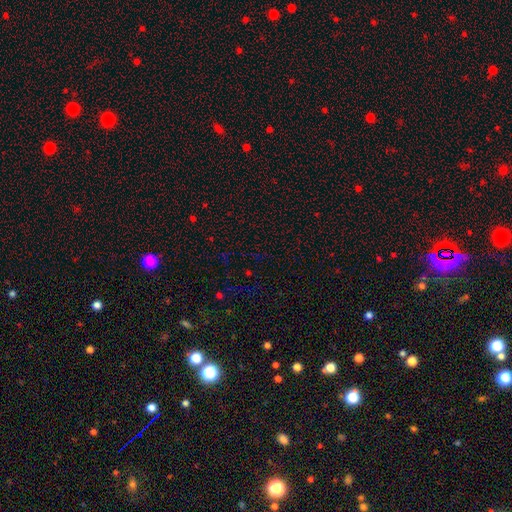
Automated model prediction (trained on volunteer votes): star or artifact 68%, smooth 25%, featured or disk 7%.